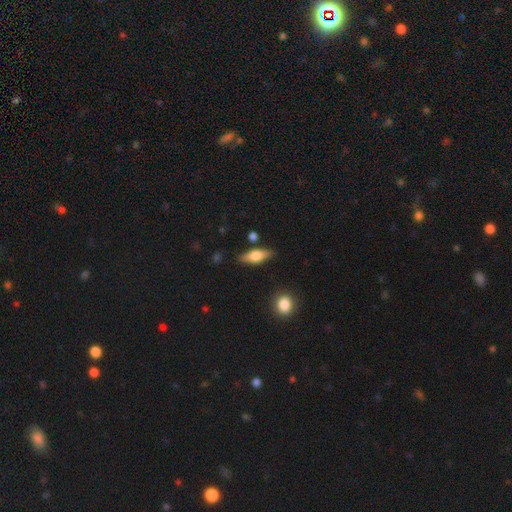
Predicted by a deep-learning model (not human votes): smooth 56%, featured or disk 38%, star or artifact 7%. Down the decision tree: how rounded — in between (59%); merging — none (83%).